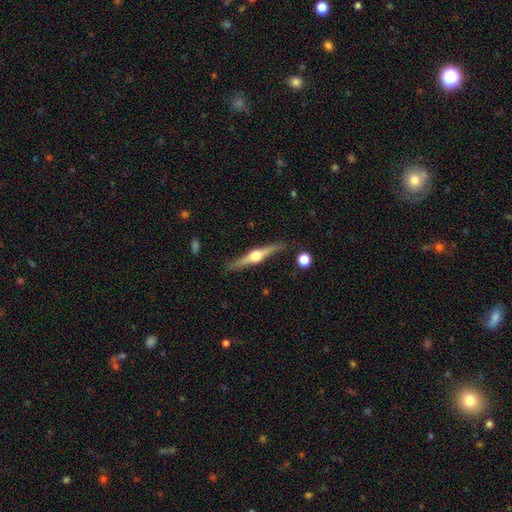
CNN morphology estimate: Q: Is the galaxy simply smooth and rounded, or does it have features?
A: featured or disk — 80%.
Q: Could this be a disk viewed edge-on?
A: yes — 98%.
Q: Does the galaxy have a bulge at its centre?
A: rounded — 96%.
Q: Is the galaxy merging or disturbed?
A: none — 87%.